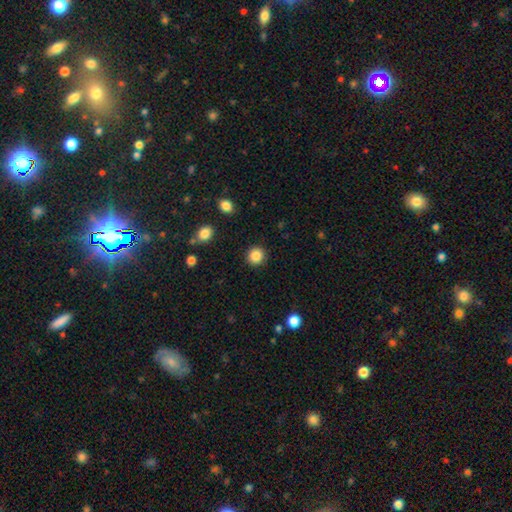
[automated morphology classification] smooth-or-featured: smooth: 87% | star or artifact: 10% | featured or disk: 4%
  how-rounded: round: 91% | in between: 8% | cigar-shaped: 1%
  merging: none: 91% | minor disturbance: 6% | major disturbance: 2% | merger: 1%